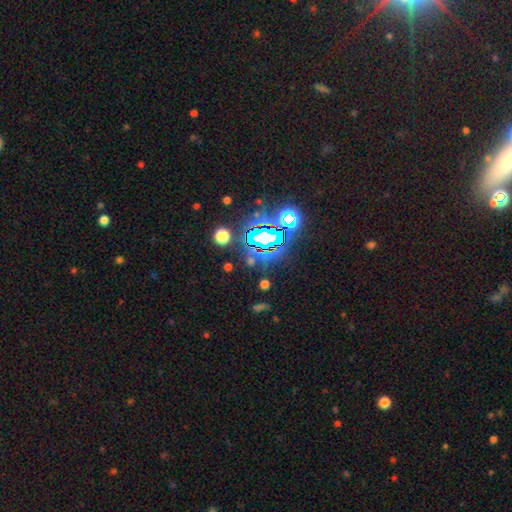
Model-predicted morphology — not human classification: type=star or artifact (83%).